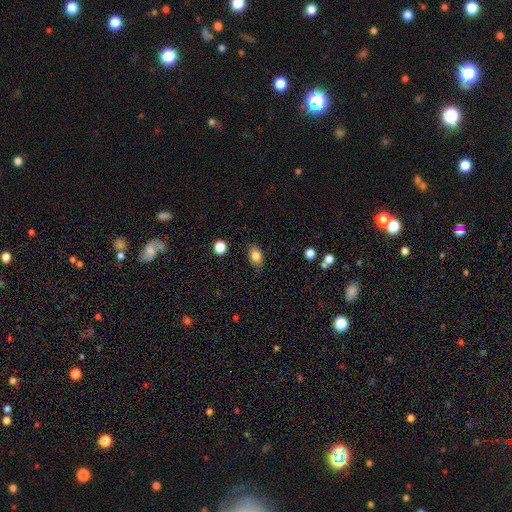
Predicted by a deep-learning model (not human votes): smooth 82%, star or artifact 9%, featured or disk 9%. Down the decision tree: how rounded — in between (79%); merging — none (85%).